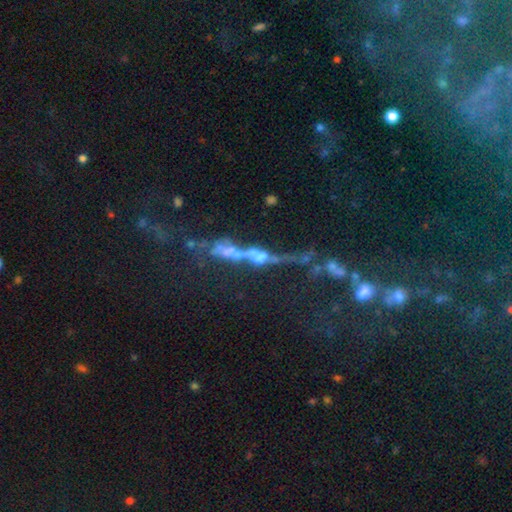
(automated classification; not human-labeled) A featured or disk galaxy (52%). Merging: merger (42%).